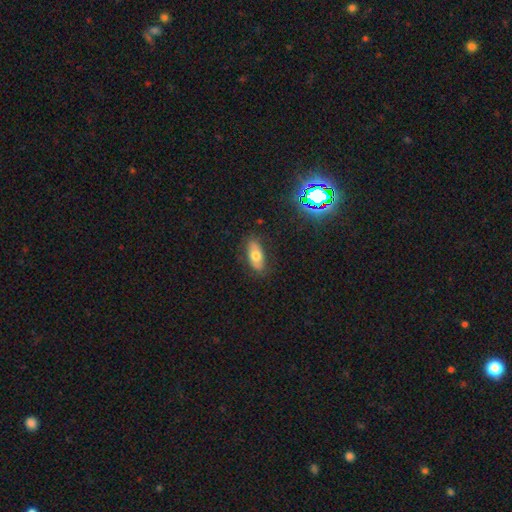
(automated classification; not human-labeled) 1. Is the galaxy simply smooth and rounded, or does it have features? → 67% smooth, 23% featured or disk, 9% star or artifact.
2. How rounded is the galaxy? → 86% in between, 10% cigar-shaped, 4% round.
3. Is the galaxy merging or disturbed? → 82% none, 13% minor disturbance, 3% major disturbance, 1% merger.